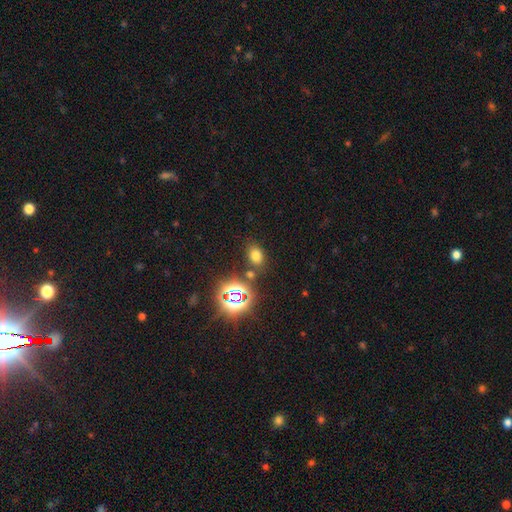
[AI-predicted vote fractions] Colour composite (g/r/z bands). It shows a smooth galaxy with no disk features (66%) that is in between round and cigar-shaped (70%). Merging: none (77%).